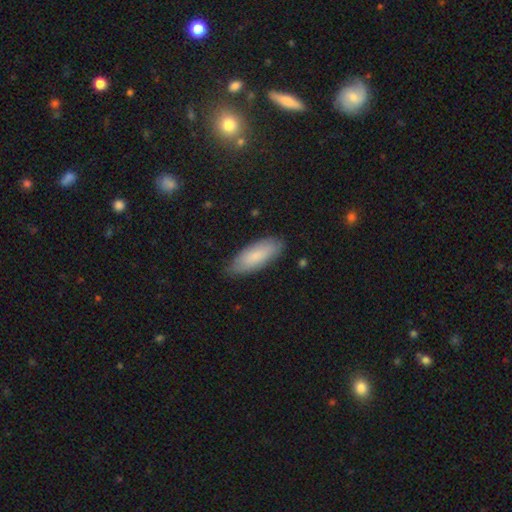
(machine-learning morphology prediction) Q: Smooth or featured?
A: smooth (83%); runner-up: featured or disk (12%)
Q: How rounded?
A: in between (72%); runner-up: cigar-shaped (27%)
Q: Merging?
A: none (81%); runner-up: minor disturbance (15%)